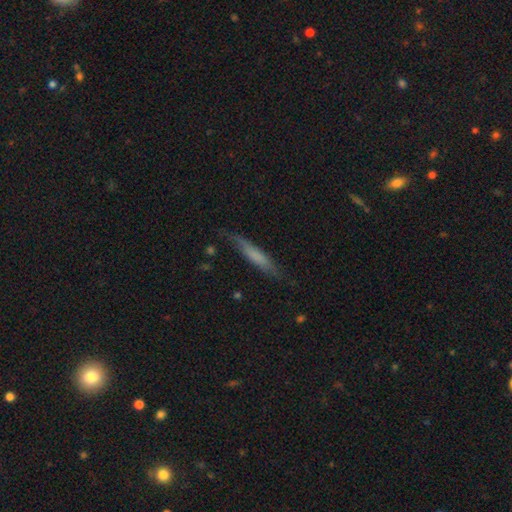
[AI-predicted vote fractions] Smooth or featured: smooth — 61% (featured or disk — 33%)
How rounded: cigar-shaped — 90% (in between — 9%)
Merging: none — 73% (minor disturbance — 20%)